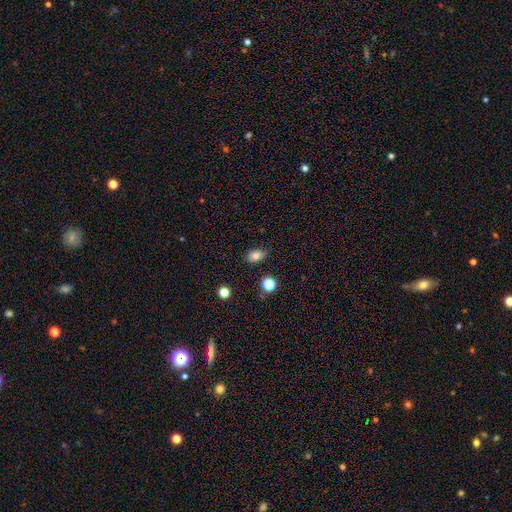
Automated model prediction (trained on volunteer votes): The model was most divided on "how rounded": in between: 72%, round: 26%, cigar-shaped: 2%. More confident: smooth or featured — smooth (83%); merging — none (77%).